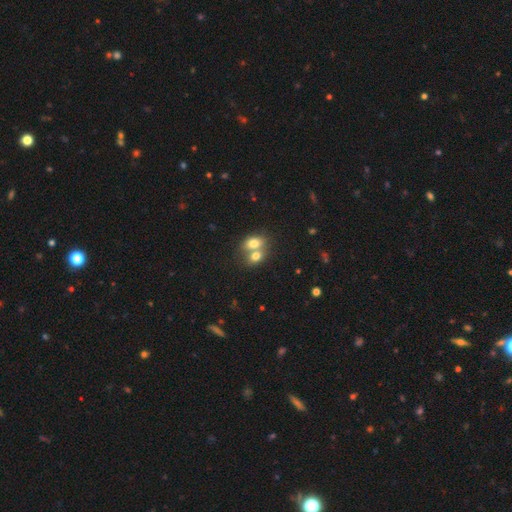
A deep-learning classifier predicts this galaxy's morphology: This is likely a smooth galaxy (75%). How rounded: likely in between (69%). Merging: likely merger (68%).